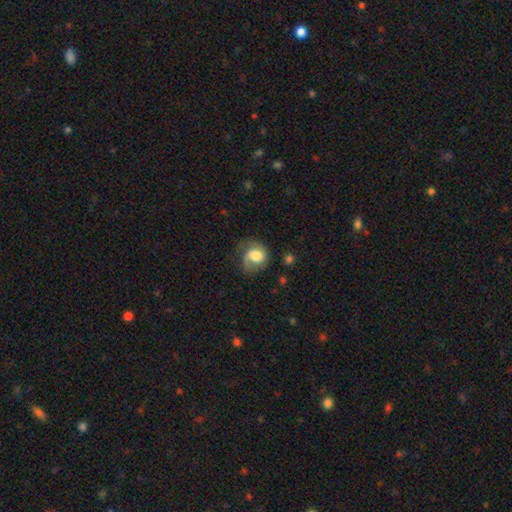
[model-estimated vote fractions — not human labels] A smooth galaxy with no disk features (52%) that is round (63%). Merging: none (47%).